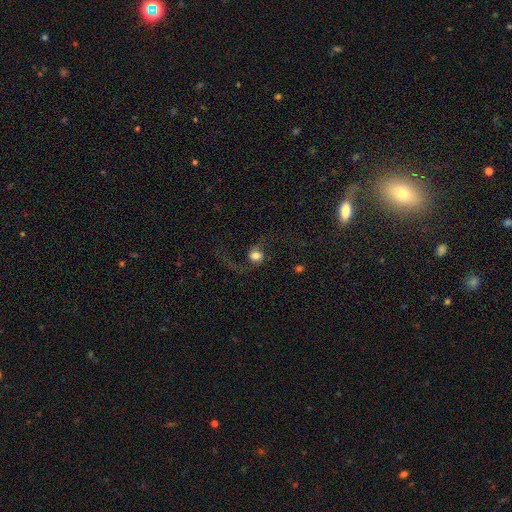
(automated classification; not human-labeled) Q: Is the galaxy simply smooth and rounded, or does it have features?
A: featured or disk — 48%.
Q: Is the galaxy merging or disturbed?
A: none — 51%.